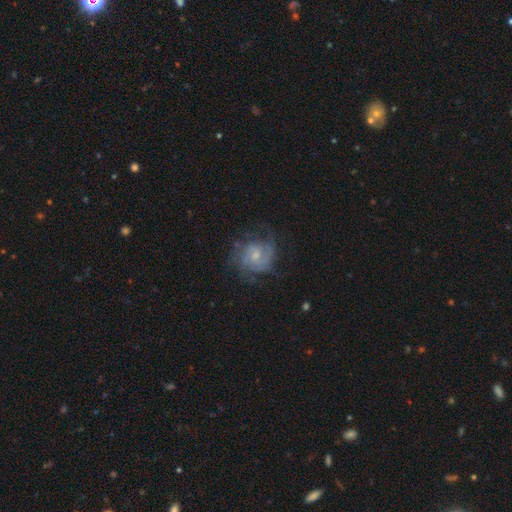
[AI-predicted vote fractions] Q: Smooth or featured?
A: featured or disk (74%); runner-up: smooth (18%)
Q: Edge-on disk?
A: no (98%); runner-up: yes (2%)
Q: Bar?
A: no (50%); runner-up: weak (44%)
Q: Spiral arms?
A: yes (90%); runner-up: no (10%)
Q: Spiral winding?
A: tight (50%); runner-up: medium (38%)
Q: Spiral arm count?
A: 2 (43%); runner-up: can't tell (32%)
Q: Bulge size?
A: small (48%); runner-up: moderate (40%)
Q: Merging?
A: none (62%); runner-up: minor disturbance (21%)